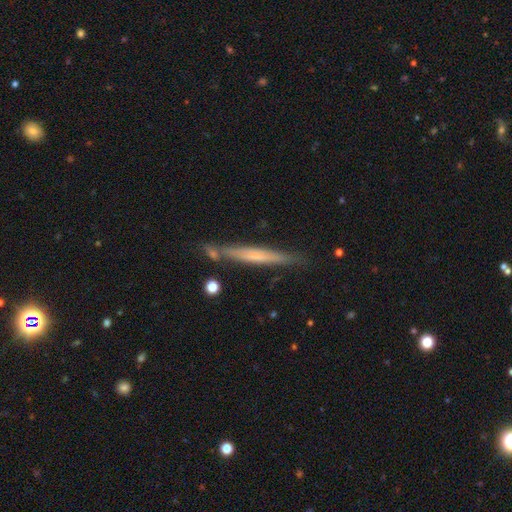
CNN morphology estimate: This is possibly a featured or disk galaxy (50%). Merging: likely none (79%).